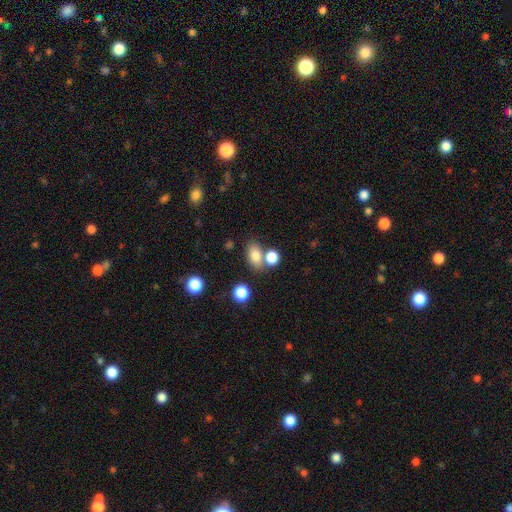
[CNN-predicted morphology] A smooth galaxy with no disk features (81%) that is in between round and cigar-shaped (78%).

Vote fractions:
- Smooth or featured? smooth: 81% / star or artifact: 11% / featured or disk: 9%
- How rounded? in between: 78% / round: 20% / cigar-shaped: 2%
- Merging? none: 59% / merger: 26% / minor disturbance: 11% / major disturbance: 4%